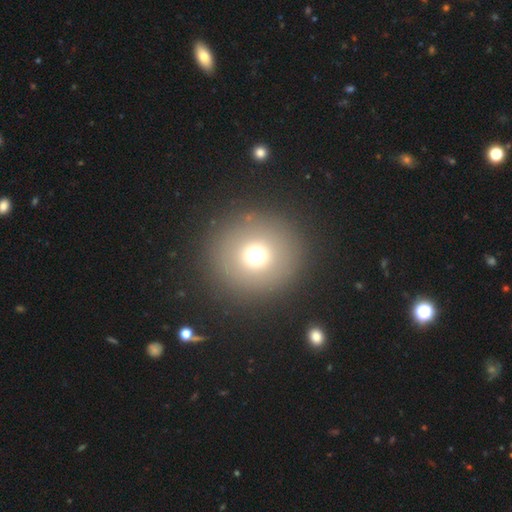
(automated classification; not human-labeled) This appears to be a smooth galaxy with no disk features (69%) that is round (94%). Merging: none (87%).